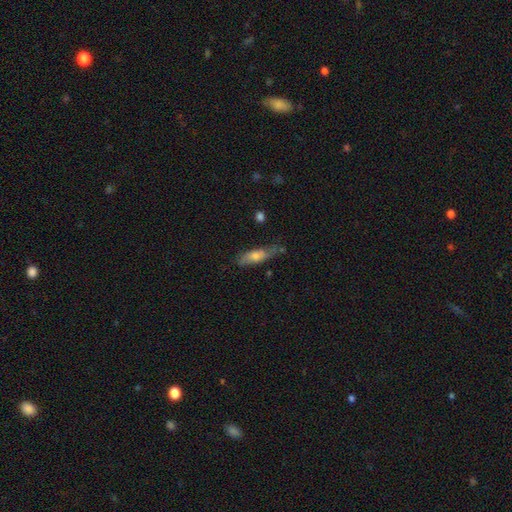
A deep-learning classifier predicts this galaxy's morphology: Smooth or featured?
  - smooth: 55% *
  - featured or disk: 37%
  - star or artifact: 8%
How rounded?
  - cigar-shaped: 63% *
  - in between: 35%
  - round: 3%
Merging?
  - none: 65% *
  - minor disturbance: 25%
  - major disturbance: 7%
  - merger: 3%